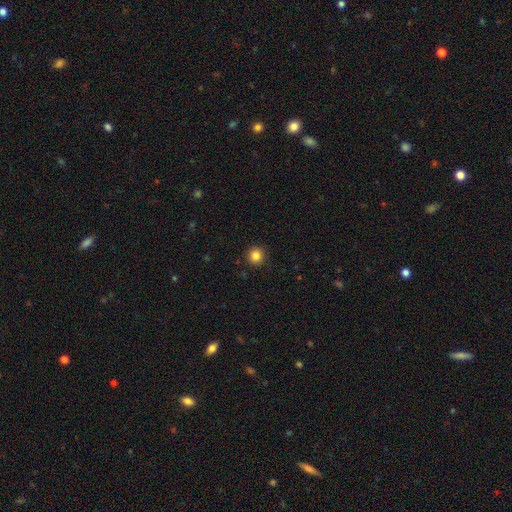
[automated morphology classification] Smooth or featured? Predicted: smooth (p=0.84). How rounded? Predicted: round (p=0.94). Merging? Predicted: none (p=0.92).